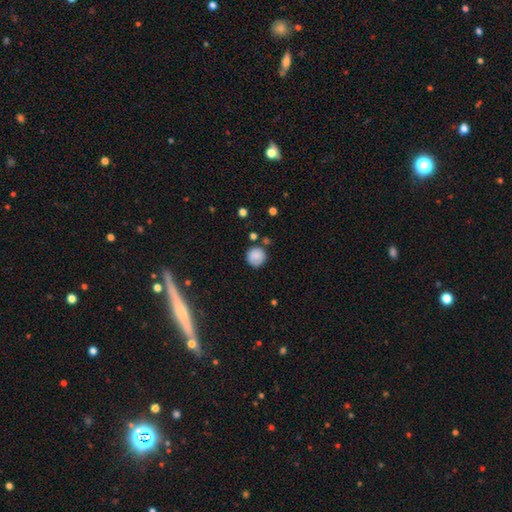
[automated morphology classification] Overall: smooth (82%). How rounded: round (92%). Merging: none (76%).